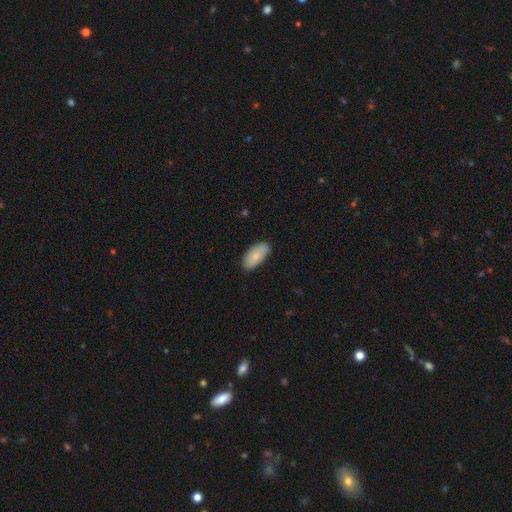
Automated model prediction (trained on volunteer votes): Q: Smooth or featured?
A: smooth (83%); runner-up: featured or disk (11%)
Q: How rounded?
A: in between (93%); runner-up: cigar-shaped (5%)
Q: Merging?
A: none (85%); runner-up: minor disturbance (12%)